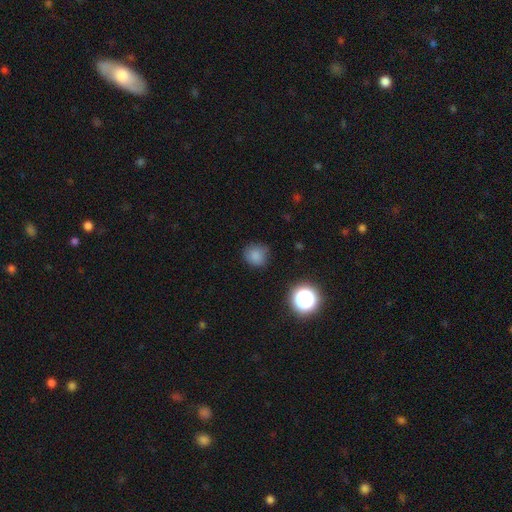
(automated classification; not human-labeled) The model was most divided on "smooth or featured": smooth: 80%, star or artifact: 14%, featured or disk: 5%. More confident: how rounded — round (88%); merging — none (81%).